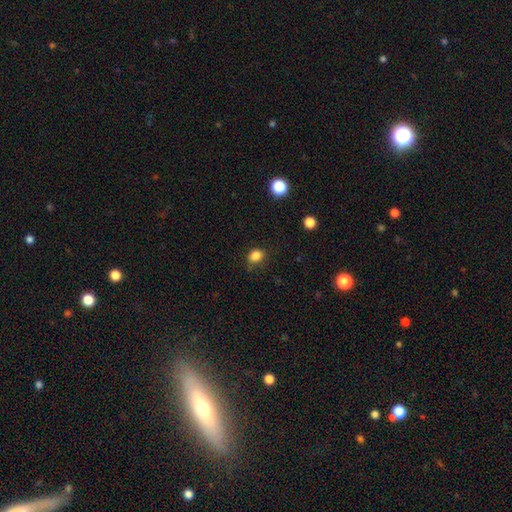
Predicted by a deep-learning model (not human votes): smooth_or_featured: smooth (p=0.83) [alt: star or artifact p=0.12]
how_rounded: round (p=0.54) [alt: in between p=0.45]
merging: none (p=0.72) [alt: minor disturbance p=0.21]